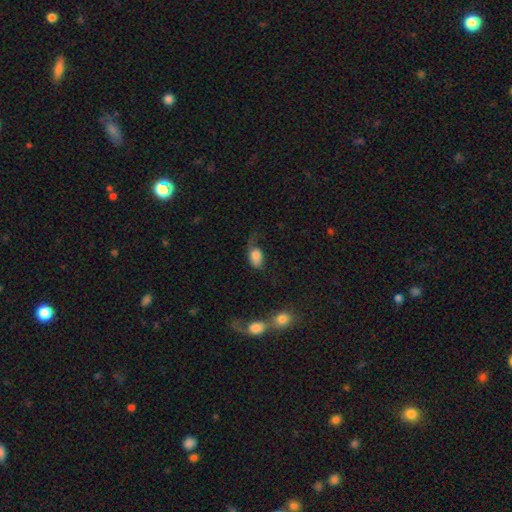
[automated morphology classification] The model was most divided on "merging": major disturbance: 35%, none: 30%, minor disturbance: 28%, merger: 7%. More confident: how rounded — in between (86%); smooth or featured — smooth (78%).